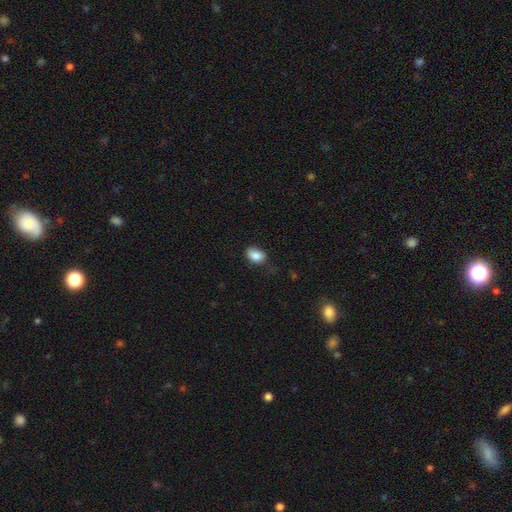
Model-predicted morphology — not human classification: This is clearly a smooth galaxy (85%). How rounded: clearly in between (81%). Merging: likely none (72%).